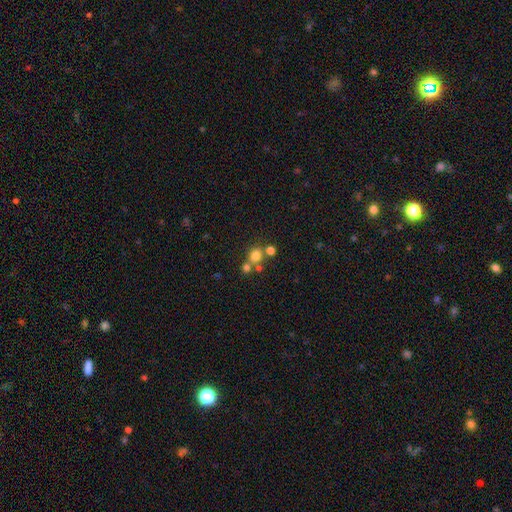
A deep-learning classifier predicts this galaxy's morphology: Smooth or featured? smooth (73%)
How rounded? round (85%)
Merging? none (57%)